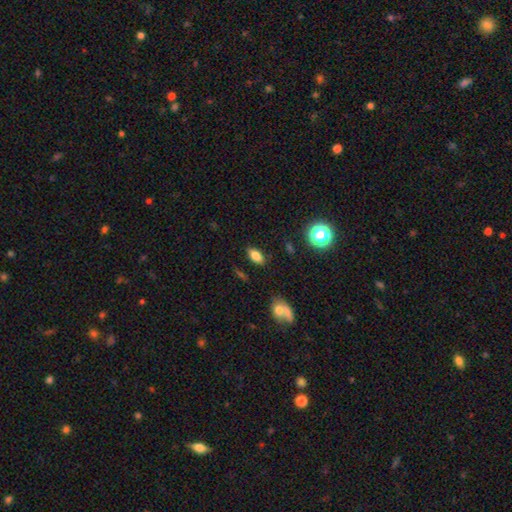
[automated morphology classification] This appears to be a smooth galaxy with no disk features (79%) that is in between round and cigar-shaped (87%). Merging: none (84%).